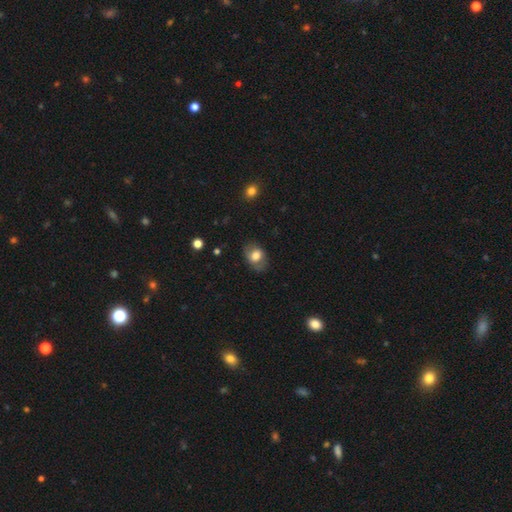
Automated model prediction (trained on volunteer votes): Overall: smooth (71%). How rounded: in between (69%; round 30%). Merging: none (75%).